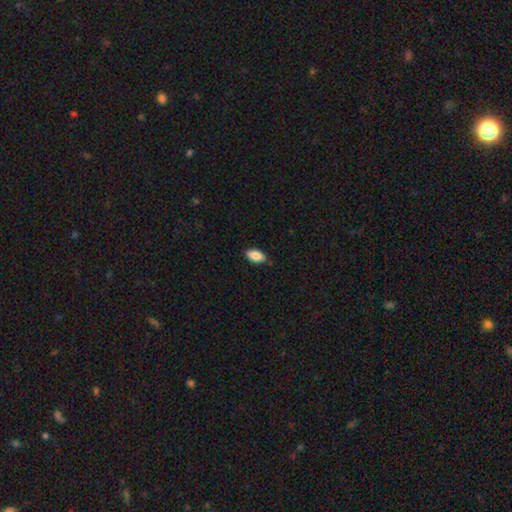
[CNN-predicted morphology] smooth-or-featured: smooth: 86% | featured or disk: 7% | star or artifact: 7%
  how-rounded: in between: 93% | cigar-shaped: 4% | round: 3%
  merging: none: 86% | minor disturbance: 11% | major disturbance: 2% | merger: 1%